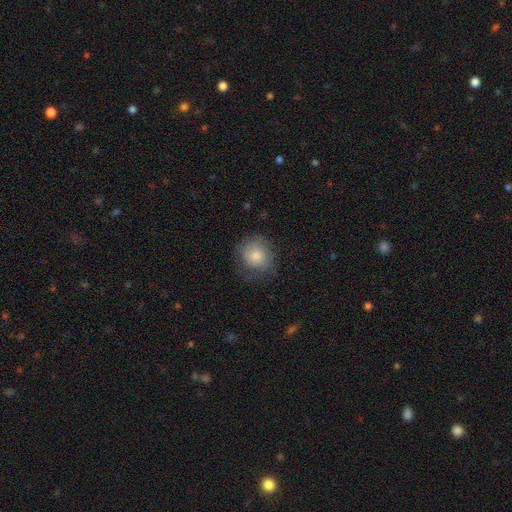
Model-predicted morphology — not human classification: A smooth galaxy with no disk features (74%) that is round (86%).

Vote fractions:
- Smooth or featured? smooth: 74% / featured or disk: 18% / star or artifact: 8%
- How rounded? round: 86% / in between: 13% / cigar-shaped: 1%
- Merging? none: 64% / minor disturbance: 23% / major disturbance: 12% / merger: 1%